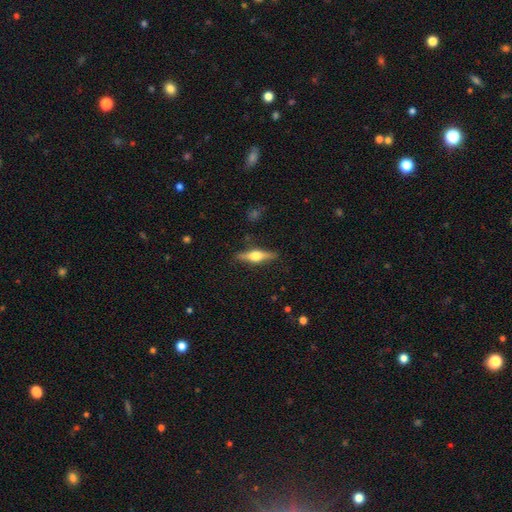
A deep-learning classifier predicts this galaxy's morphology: Smooth or featured? featured or disk (65%)
Edge-on disk? yes (96%)
Edge-on bulge? rounded (94%)
Merging? none (87%)